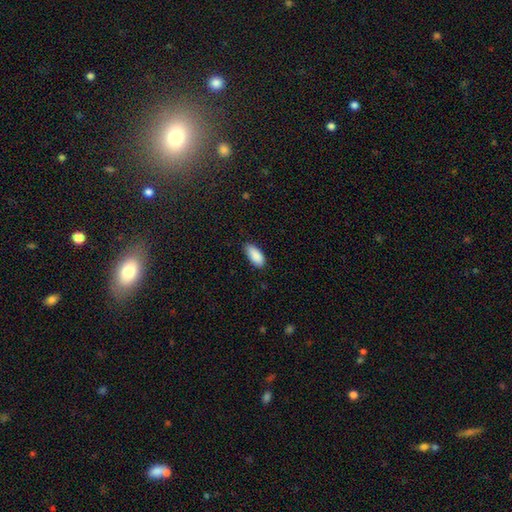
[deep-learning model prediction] The model was most divided on "merging": none: 79%, minor disturbance: 18%, major disturbance: 3%, merger: 1%. More confident: how rounded — in between (90%); smooth or featured — smooth (90%).